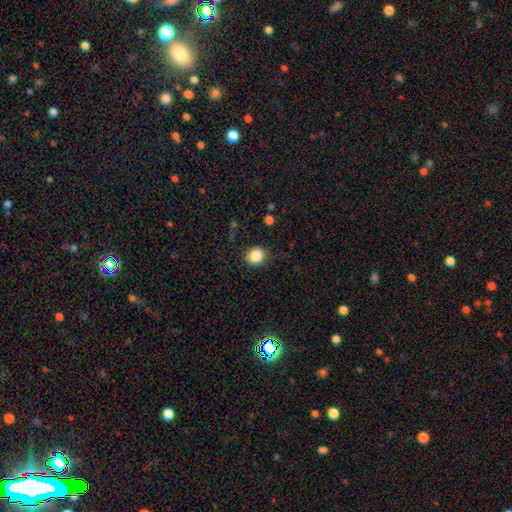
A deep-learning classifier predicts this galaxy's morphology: Q: Smooth or featured?
A: smooth (86%); runner-up: star or artifact (10%)
Q: How rounded?
A: round (80%); runner-up: in between (20%)
Q: Merging?
A: none (86%); runner-up: minor disturbance (10%)